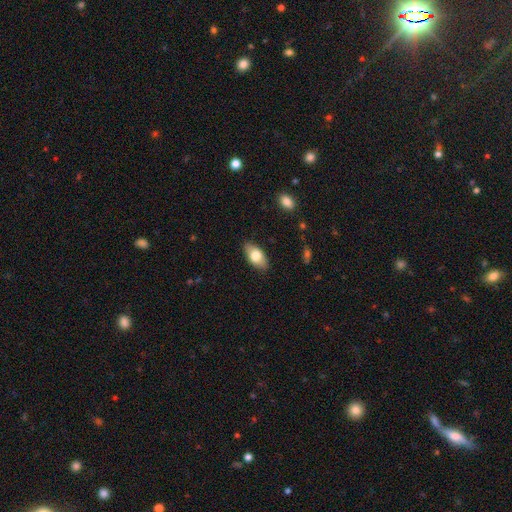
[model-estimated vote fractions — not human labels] The model was most divided on "smooth or featured": smooth: 75%, featured or disk: 18%, star or artifact: 6%. More confident: how rounded — in between (92%); merging — none (85%).